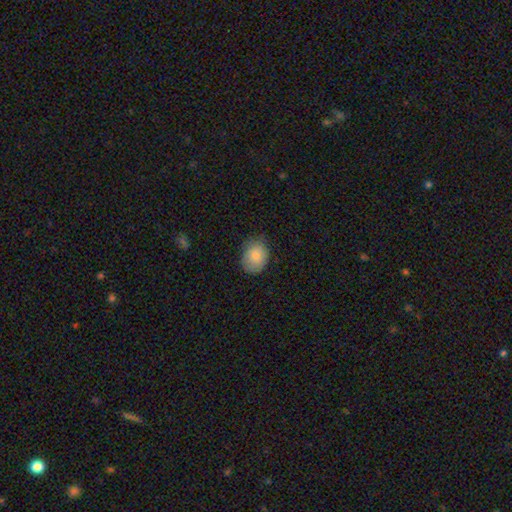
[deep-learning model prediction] smooth 85%, featured or disk 8%, star or artifact 7%. Down the decision tree: how rounded — in between (56%); merging — none (71%).